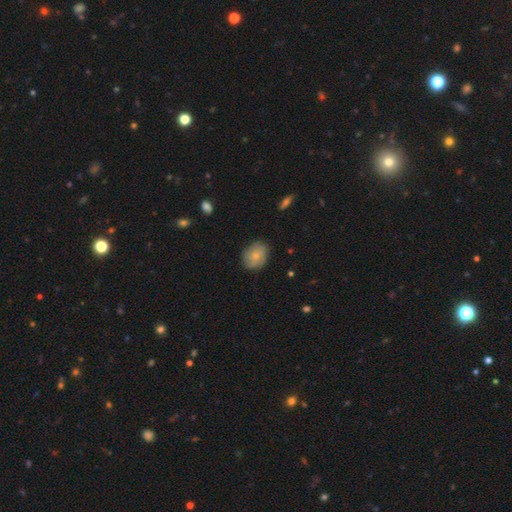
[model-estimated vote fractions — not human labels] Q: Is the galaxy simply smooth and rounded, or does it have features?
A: smooth — 67%.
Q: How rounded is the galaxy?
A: in between — 53%.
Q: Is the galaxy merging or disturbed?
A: none — 78%.